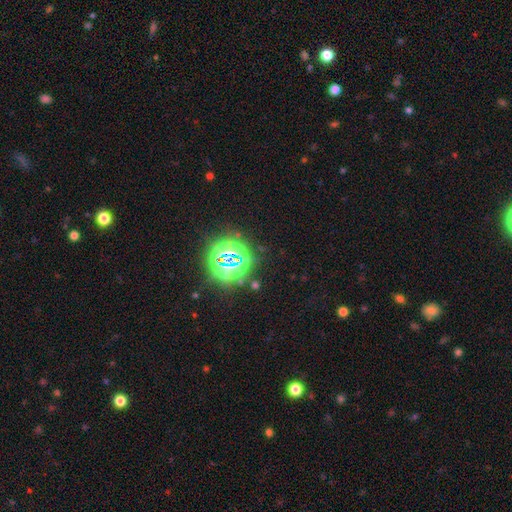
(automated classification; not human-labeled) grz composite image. It shows a star or artifact, not a galaxy (82%).